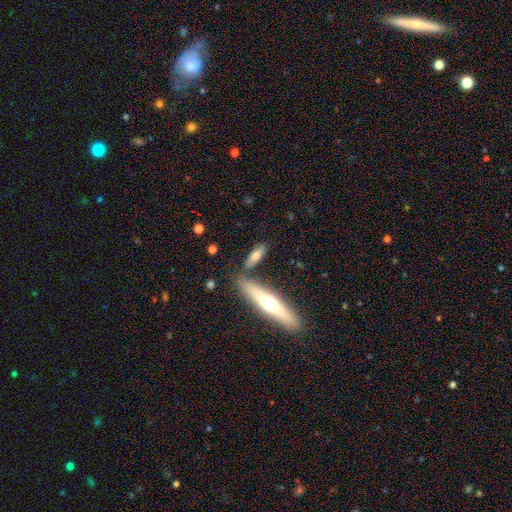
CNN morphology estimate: A smooth galaxy with no disk features (70%) that is cigar-shaped (52%). Merging: none (71%).